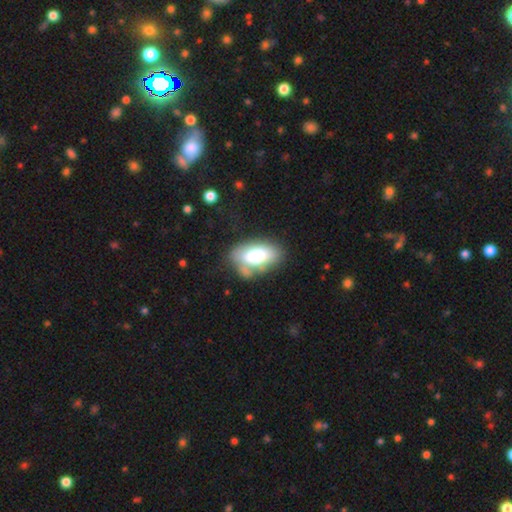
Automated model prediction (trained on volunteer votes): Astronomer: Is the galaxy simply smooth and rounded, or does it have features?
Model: smooth — 72%.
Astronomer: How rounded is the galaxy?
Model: in between — 92%.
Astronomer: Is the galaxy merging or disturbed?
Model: none — 52%.